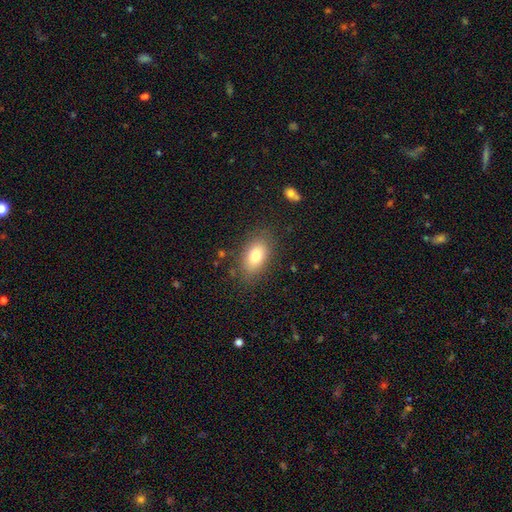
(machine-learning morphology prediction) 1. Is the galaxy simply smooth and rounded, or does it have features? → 77% smooth, 14% featured or disk, 9% star or artifact.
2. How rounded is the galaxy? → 88% in between, 9% round, 3% cigar-shaped.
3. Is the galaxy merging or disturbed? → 82% none, 12% minor disturbance, 4% major disturbance, 2% merger.